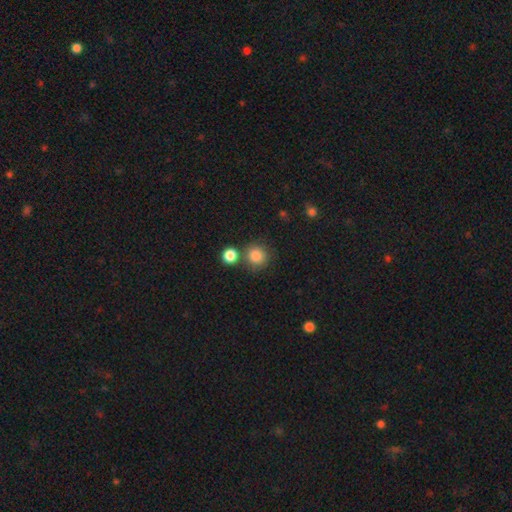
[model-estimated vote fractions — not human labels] Smooth or featured: smooth — 85% (star or artifact — 10%)
How rounded: round — 92% (in between — 7%)
Merging: none — 73% (merger — 14%)